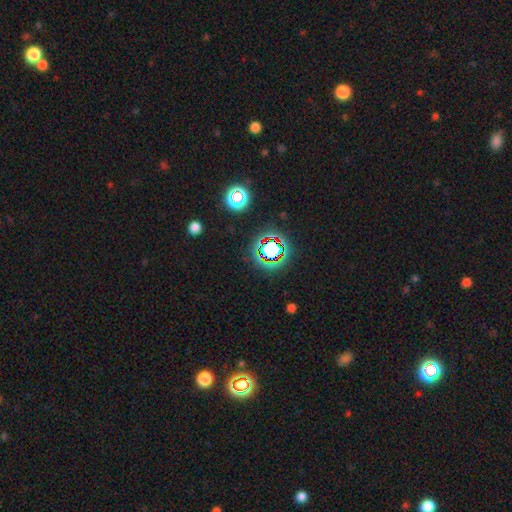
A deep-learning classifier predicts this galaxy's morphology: Overall: star or artifact (77%).